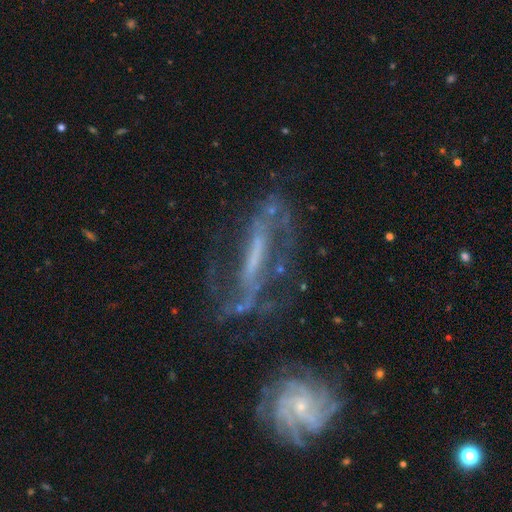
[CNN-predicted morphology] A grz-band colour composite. It shows a featured or disk galaxy (77%) with a strong bar (54%), spiral arms (76%) and no central bulge (38%). Merging: none (46%).